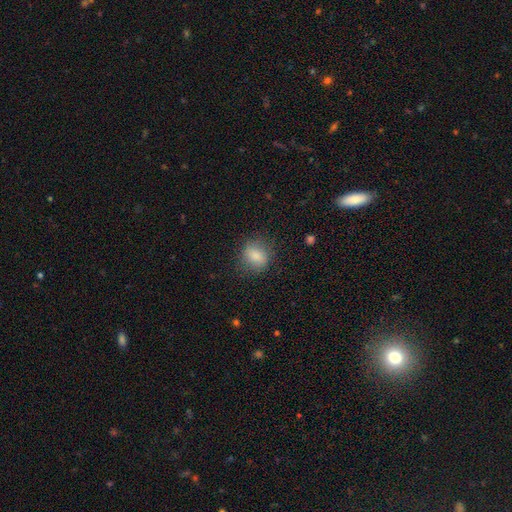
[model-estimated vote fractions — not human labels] The model was most divided on "how rounded": round: 58%, in between: 41%, cigar-shaped: 2%. More confident: smooth or featured — smooth (82%); merging — none (76%).